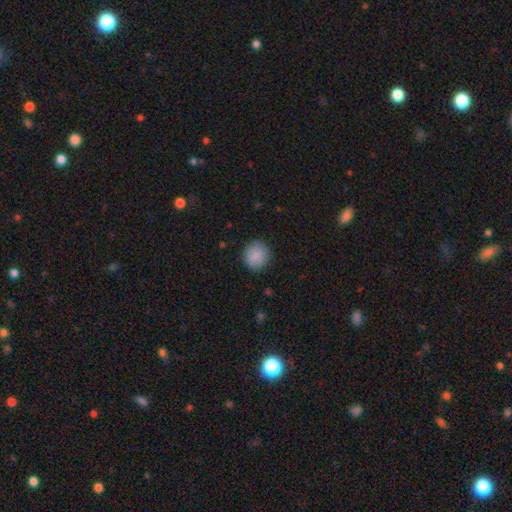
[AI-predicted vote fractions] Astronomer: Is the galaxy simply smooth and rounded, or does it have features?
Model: smooth — 88%.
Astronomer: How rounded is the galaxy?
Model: round — 88%.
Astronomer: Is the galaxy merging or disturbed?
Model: none — 87%.